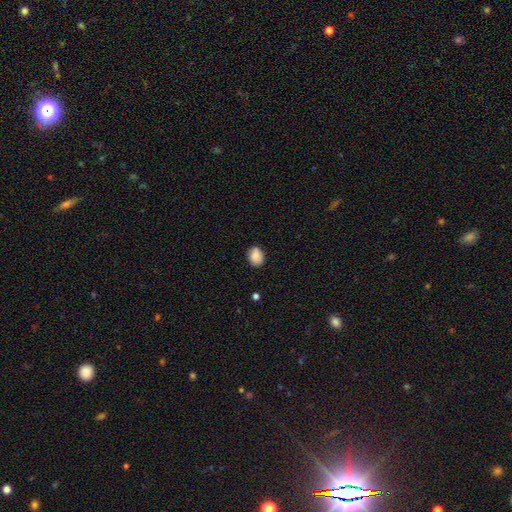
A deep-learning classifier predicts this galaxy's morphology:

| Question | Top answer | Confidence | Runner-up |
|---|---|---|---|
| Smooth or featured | smooth | 86% | star or artifact (8%) |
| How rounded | in between | 57% | round (42%) |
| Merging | none | 81% | minor disturbance (14%) |